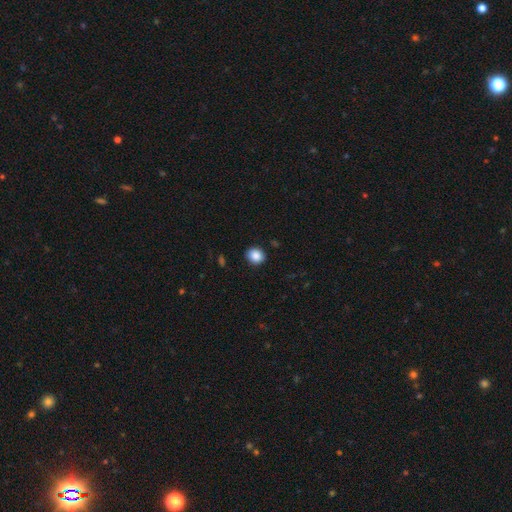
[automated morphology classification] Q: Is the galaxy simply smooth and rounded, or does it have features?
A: smooth — 88%.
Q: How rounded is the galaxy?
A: round — 78%.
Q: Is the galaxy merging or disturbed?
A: none — 90%.